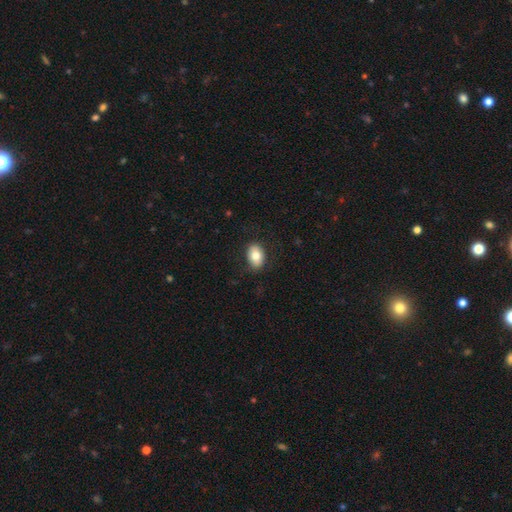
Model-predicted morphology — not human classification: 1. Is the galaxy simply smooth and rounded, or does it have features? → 78% smooth, 14% featured or disk, 8% star or artifact.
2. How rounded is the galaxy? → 81% in between, 18% round, 1% cigar-shaped.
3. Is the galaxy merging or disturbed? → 83% none, 12% minor disturbance, 3% major disturbance, 1% merger.